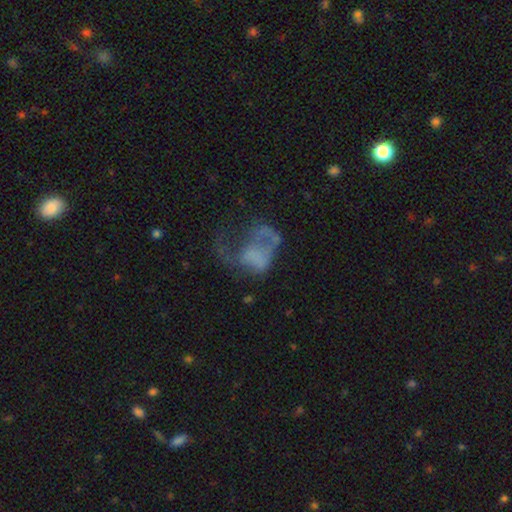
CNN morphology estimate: A featured or disk galaxy (47%). Merging: major disturbance (57%).